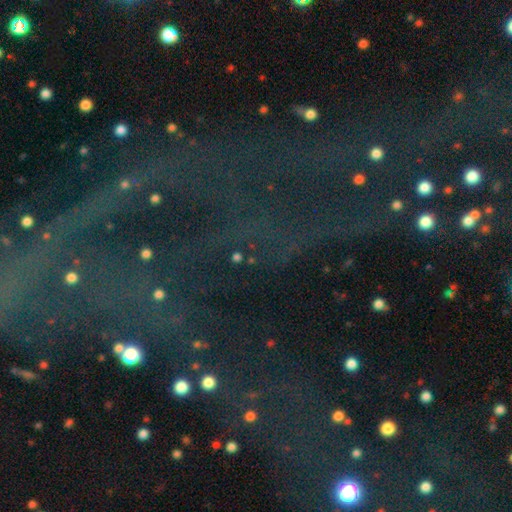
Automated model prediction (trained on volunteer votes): The model was most divided on "smooth or featured": star or artifact: 74%, featured or disk: 13%, smooth: 13%.